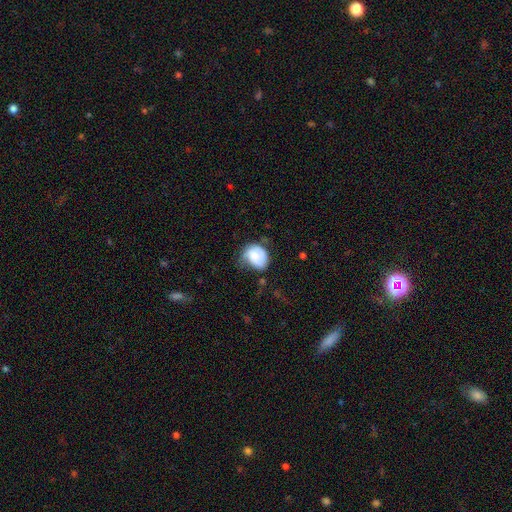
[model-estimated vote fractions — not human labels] A smooth galaxy with no disk features (69%) that is round (50%). Merging: minor disturbance (41%).